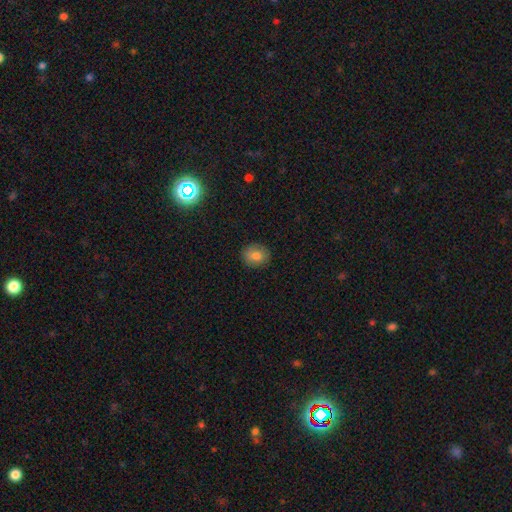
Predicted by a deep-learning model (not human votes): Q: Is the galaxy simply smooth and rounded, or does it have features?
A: smooth — 81%.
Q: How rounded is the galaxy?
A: round — 68%.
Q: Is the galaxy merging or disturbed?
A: none — 88%.